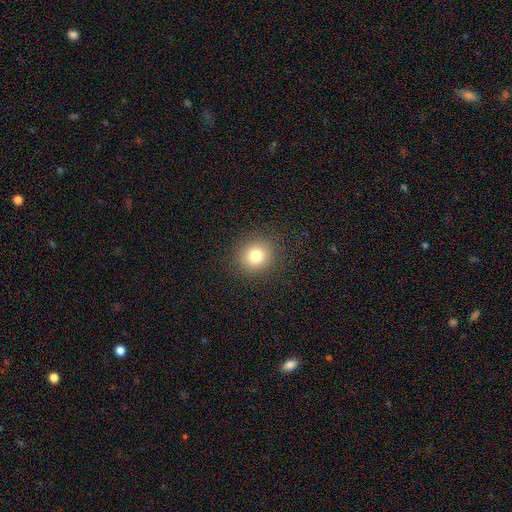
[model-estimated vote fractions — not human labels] Smooth or featured? Predicted: smooth (p=0.80). How rounded? Predicted: round (p=0.84). Merging? Predicted: none (p=0.89).